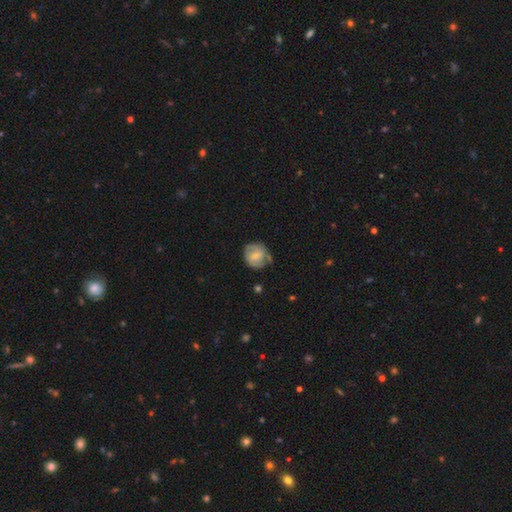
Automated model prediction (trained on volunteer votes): Smooth or featured? Predicted: smooth (p=0.52). How rounded? Predicted: round (p=0.82). Merging? Predicted: none (p=0.61).